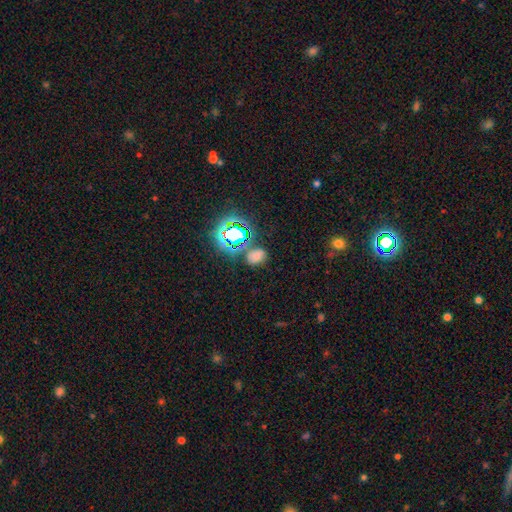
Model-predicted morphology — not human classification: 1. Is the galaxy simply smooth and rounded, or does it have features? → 55% smooth, 36% star or artifact, 9% featured or disk.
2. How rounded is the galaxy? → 64% in between, 35% round, 1% cigar-shaped.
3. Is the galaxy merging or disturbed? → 68% none, 15% minor disturbance, 11% merger, 6% major disturbance.